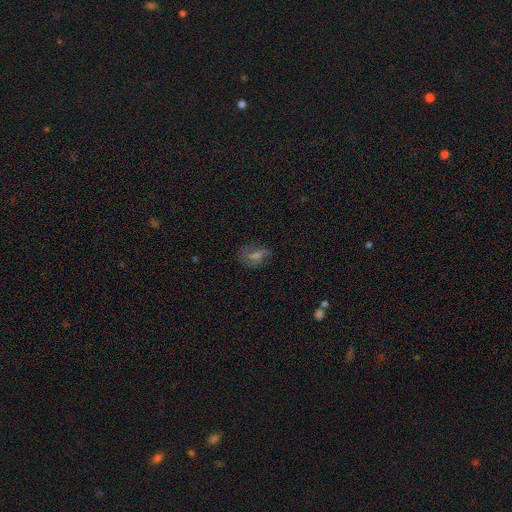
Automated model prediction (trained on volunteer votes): A featured or disk galaxy (43%). Merging: none (60%).